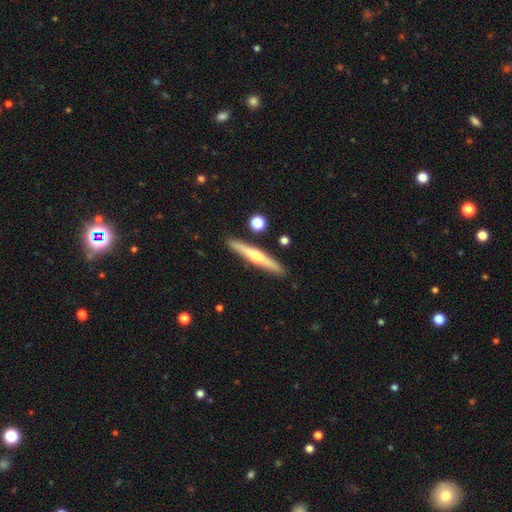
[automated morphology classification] This appears to be a featured or disk galaxy (56%) viewed edge-on (97%) with a rounded central bulge (80%). Merging: none (89%).